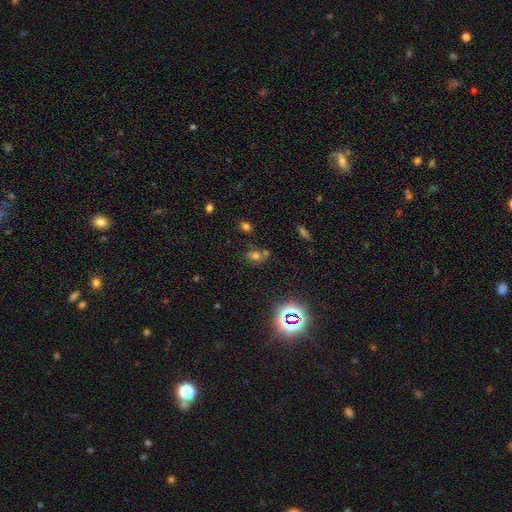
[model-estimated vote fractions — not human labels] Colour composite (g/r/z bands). It shows a smooth galaxy with no disk features (49%). Merging: none (59%).